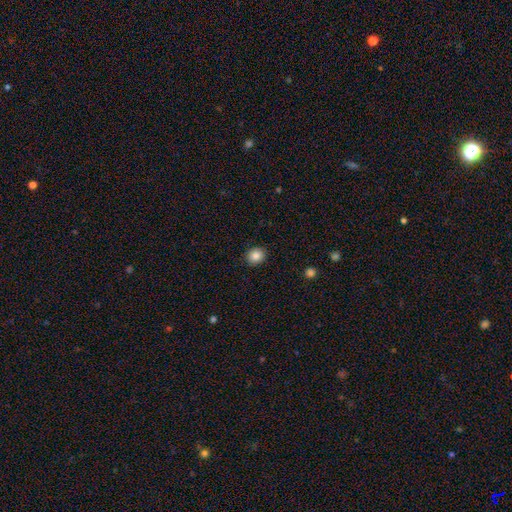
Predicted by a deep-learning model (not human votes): smooth-or-featured: smooth: 85% | star or artifact: 9% | featured or disk: 5%
  how-rounded: round: 72% | in between: 28% | cigar-shaped: 1%
  merging: none: 91% | minor disturbance: 7% | major disturbance: 2% | merger: 1%